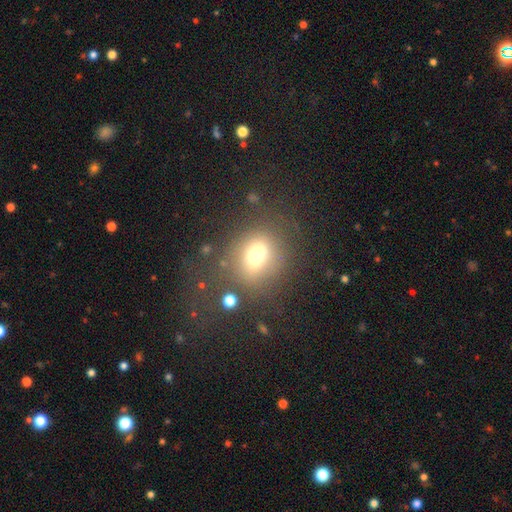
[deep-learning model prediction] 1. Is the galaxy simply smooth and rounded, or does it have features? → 68% smooth, 17% featured or disk, 15% star or artifact.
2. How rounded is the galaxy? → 53% in between, 44% round, 3% cigar-shaped.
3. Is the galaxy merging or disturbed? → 63% none, 16% minor disturbance, 12% major disturbance, 9% merger.